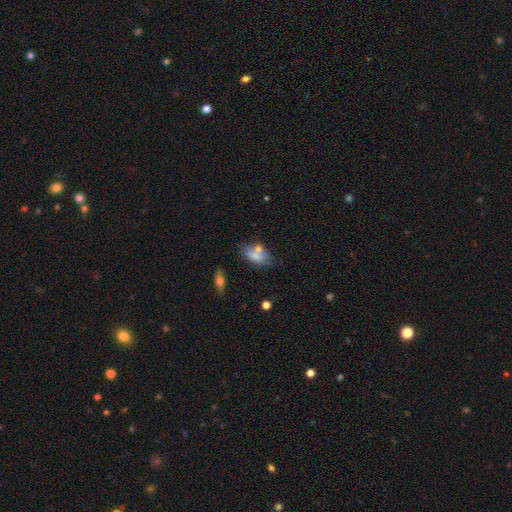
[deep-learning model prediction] smooth_or_featured: smooth (p=0.69) [alt: featured or disk p=0.22]
how_rounded: in between (p=0.88) [alt: round p=0.07]
merging: none (p=0.46) [alt: merger p=0.26]